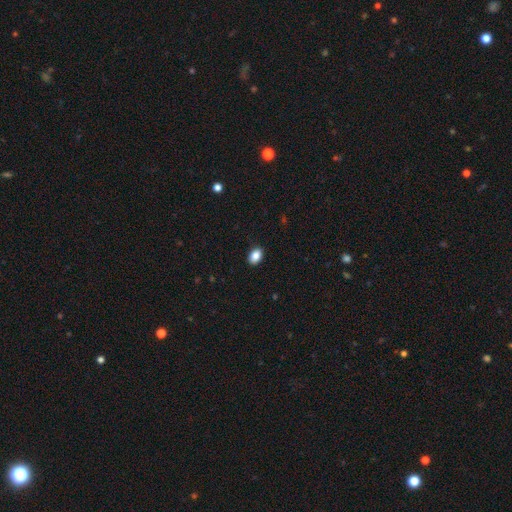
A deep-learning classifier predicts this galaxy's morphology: smooth_or_featured: smooth (p=0.87) [alt: star or artifact p=0.08]
how_rounded: in between (p=0.79) [alt: round p=0.20]
merging: none (p=0.89) [alt: minor disturbance p=0.08]